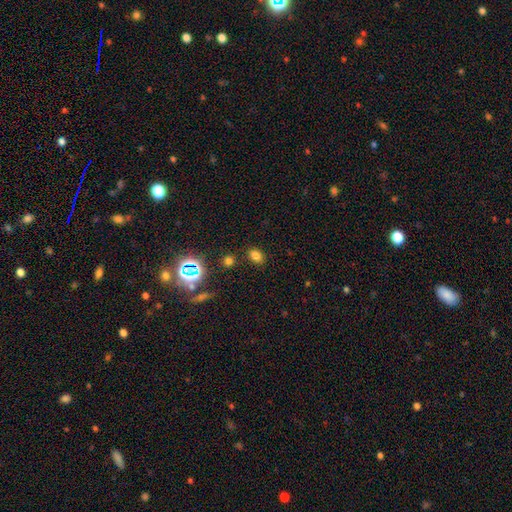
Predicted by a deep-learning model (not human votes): This is likely a smooth galaxy (75%). How rounded: likely in between (75%). Merging: clearly none (82%).